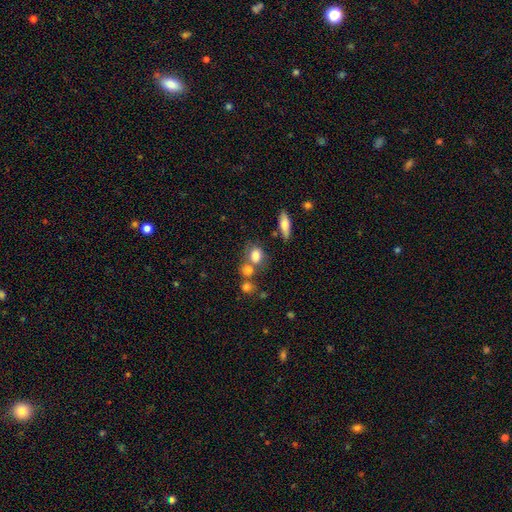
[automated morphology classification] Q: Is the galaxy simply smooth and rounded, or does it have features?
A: smooth — 78%.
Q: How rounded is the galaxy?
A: in between — 51%.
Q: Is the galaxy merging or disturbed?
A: none — 49%.